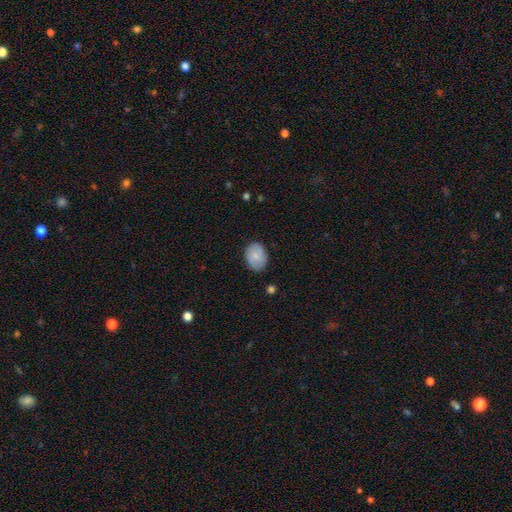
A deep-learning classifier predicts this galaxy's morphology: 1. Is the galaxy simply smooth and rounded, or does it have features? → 76% smooth, 17% featured or disk, 7% star or artifact.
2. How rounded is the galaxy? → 70% in between, 29% round, 1% cigar-shaped.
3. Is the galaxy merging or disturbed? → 81% none, 15% minor disturbance, 3% major disturbance, 1% merger.